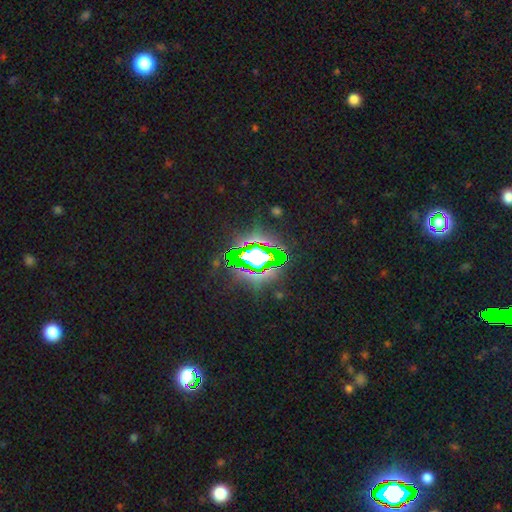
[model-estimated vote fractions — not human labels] Overall: star or artifact (72%).